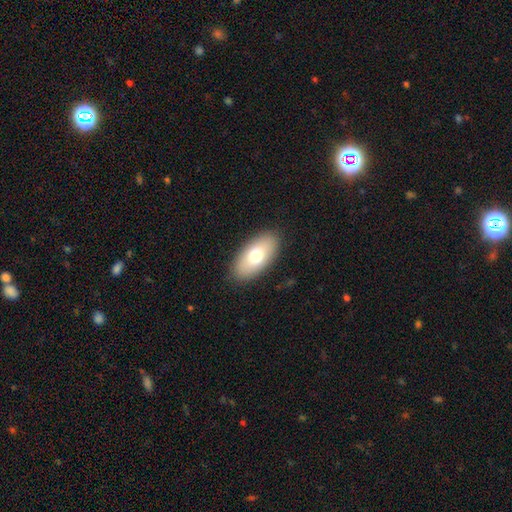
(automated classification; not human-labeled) This is likely a smooth galaxy (73%). How rounded: clearly in between (92%). Merging: clearly none (88%).